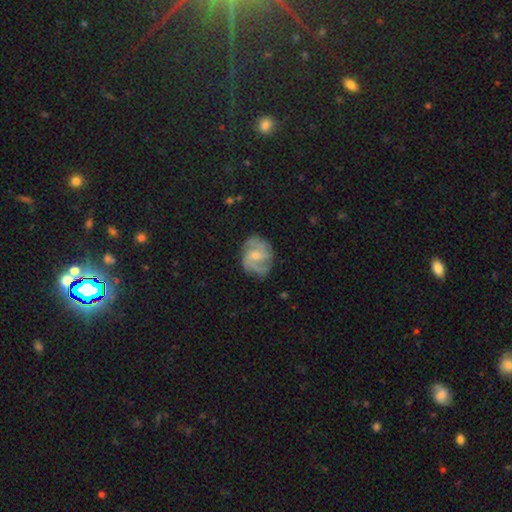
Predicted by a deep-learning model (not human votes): smooth-or-featured: featured or disk: 79% | smooth: 16% | star or artifact: 6%
  disk-edge-on: no: 98% | yes: 2%
    bar: weak: 52% | no: 36% | strong: 12%
    has-spiral-arms: yes: 94% | no: 6%
      spiral-winding: medium: 50% | tight: 31% | loose: 19%
      spiral-arm-count: 2: 45% | 3: 27% | can't tell: 15% | 4: 5% | 1: 4% | more than 4: 4%
    bulge-size: small: 48% | moderate: 38% | none: 10% | large: 3% | dominant: 1%
  merging: none: 73% | minor disturbance: 18% | major disturbance: 8% | merger: 1%